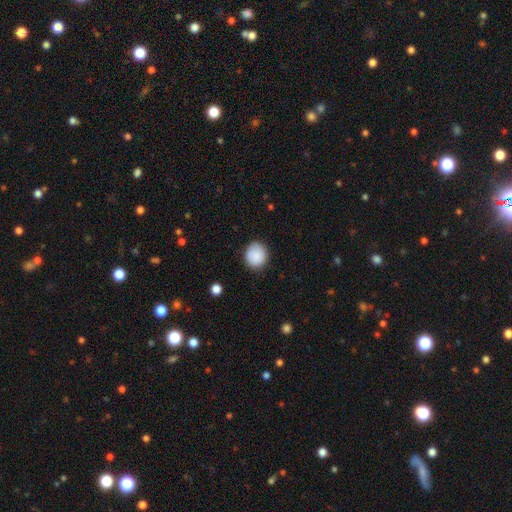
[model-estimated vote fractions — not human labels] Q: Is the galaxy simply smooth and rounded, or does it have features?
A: smooth — 89%.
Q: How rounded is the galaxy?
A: round — 85%.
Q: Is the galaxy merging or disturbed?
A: none — 86%.